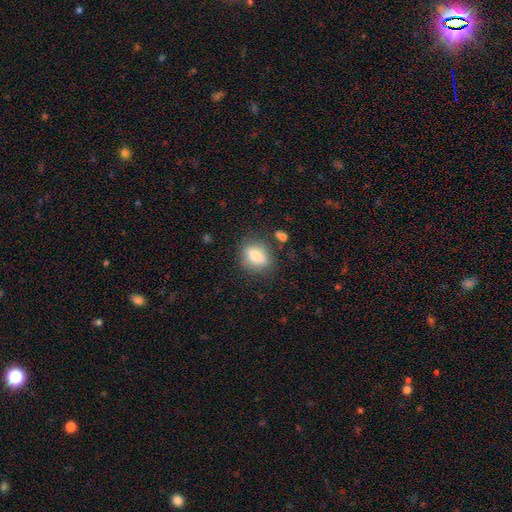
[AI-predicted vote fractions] Smooth or featured? smooth (76%)
How rounded? in between (65%)
Merging? none (77%)